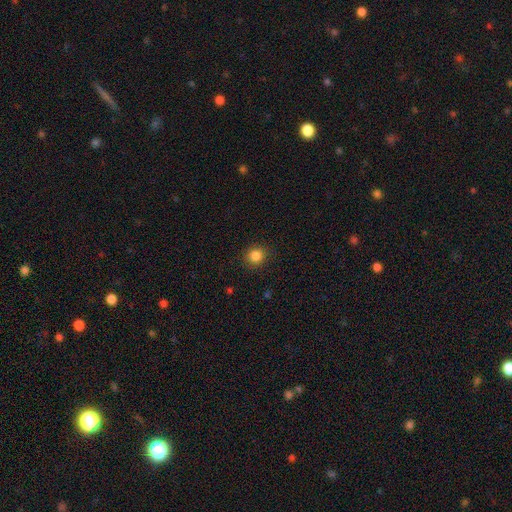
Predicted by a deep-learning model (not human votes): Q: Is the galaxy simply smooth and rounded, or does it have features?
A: smooth — 85%.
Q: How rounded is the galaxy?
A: round — 89%.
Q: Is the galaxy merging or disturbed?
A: none — 89%.